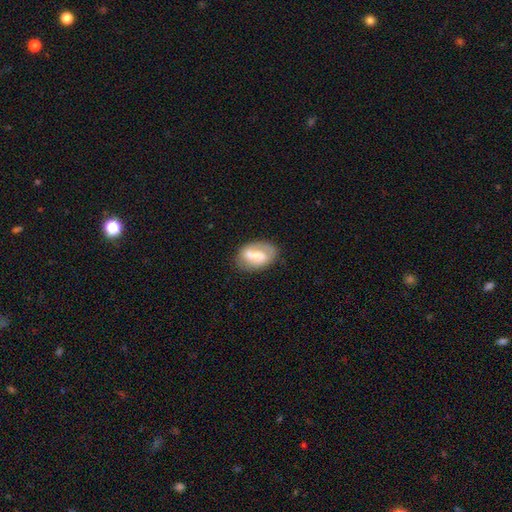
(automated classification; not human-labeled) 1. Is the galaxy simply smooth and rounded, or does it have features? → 58% featured or disk, 36% smooth, 7% star or artifact.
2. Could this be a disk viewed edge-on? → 96% no, 4% yes.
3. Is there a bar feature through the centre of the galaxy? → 44% weak, 29% strong, 28% no.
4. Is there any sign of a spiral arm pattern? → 74% yes, 26% no.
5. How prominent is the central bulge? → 38% moderate, 37% small, 11% large, 11% none, 2% dominant.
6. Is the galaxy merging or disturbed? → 66% none, 21% minor disturbance, 9% major disturbance, 4% merger.